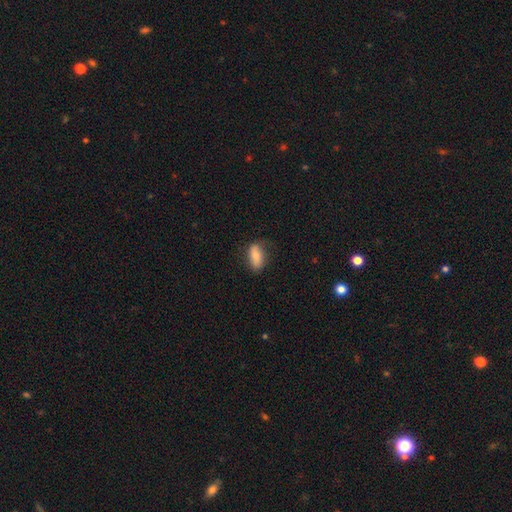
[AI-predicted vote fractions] smooth 74%, featured or disk 19%, star or artifact 7%. Down the decision tree: how rounded — in between (85%); merging — none (70%).